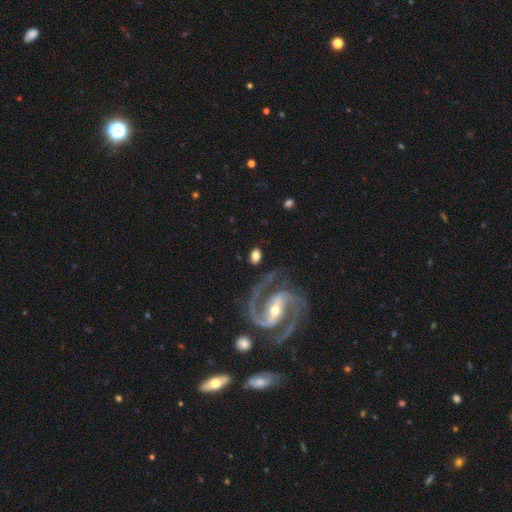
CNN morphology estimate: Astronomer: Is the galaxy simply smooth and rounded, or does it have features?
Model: featured or disk — 53% (runner-up: smooth, 39%).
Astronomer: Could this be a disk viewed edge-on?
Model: no — 92%.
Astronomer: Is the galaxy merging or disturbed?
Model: none — 75%.